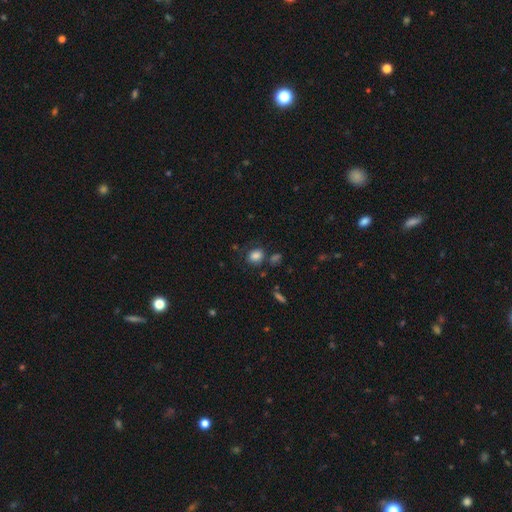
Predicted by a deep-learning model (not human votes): The model was most divided on "how rounded": round: 53%, in between: 45%, cigar-shaped: 1%. More confident: smooth or featured — smooth (83%); merging — none (71%).